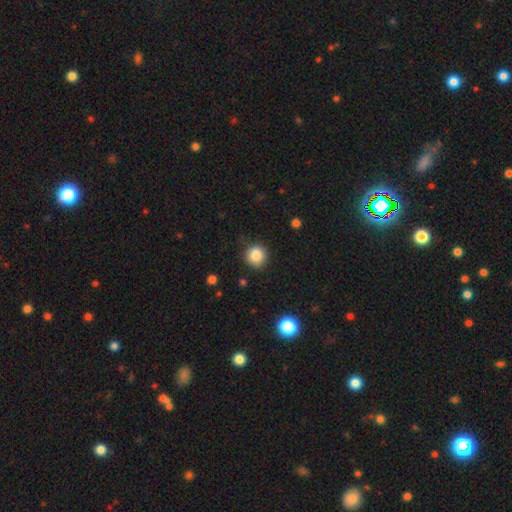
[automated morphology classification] A smooth galaxy with no disk features (86%) that is round (91%). Merging: none (85%).